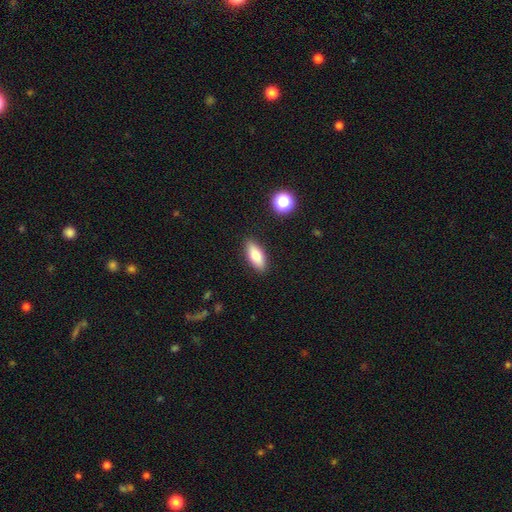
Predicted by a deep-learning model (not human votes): smooth-or-featured: smooth: 76% | featured or disk: 17% | star or artifact: 7%
  how-rounded: in between: 78% | cigar-shaped: 19% | round: 3%
  merging: none: 88% | minor disturbance: 8% | major disturbance: 2% | merger: 2%